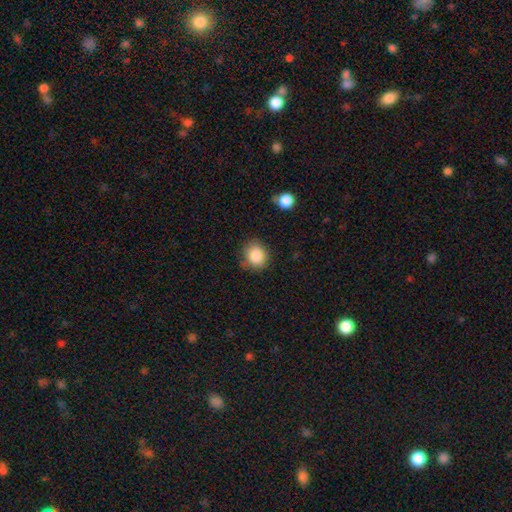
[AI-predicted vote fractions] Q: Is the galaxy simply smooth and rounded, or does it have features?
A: smooth — 86%.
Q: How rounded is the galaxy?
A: round — 77%.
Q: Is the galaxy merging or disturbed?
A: none — 78%.